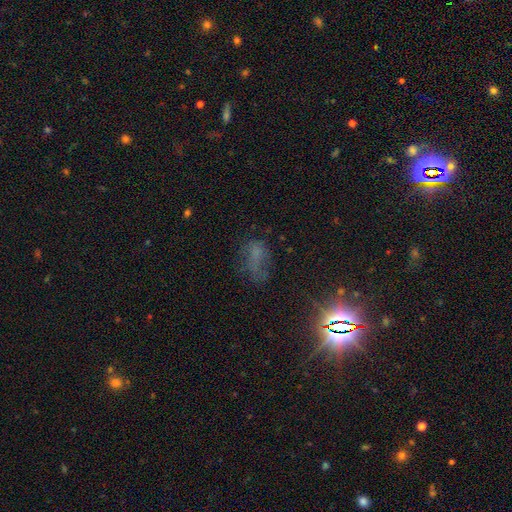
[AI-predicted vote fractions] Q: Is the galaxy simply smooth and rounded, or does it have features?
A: smooth — 41%.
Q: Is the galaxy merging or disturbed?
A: none — 44%.